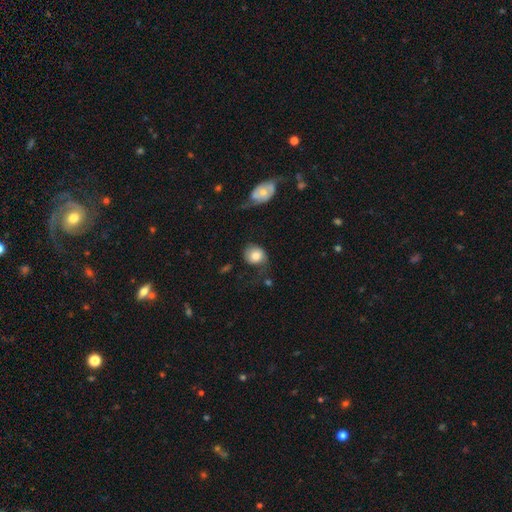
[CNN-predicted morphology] Smooth or featured? smooth (70%)
How rounded? round (70%)
Merging? none (39%)